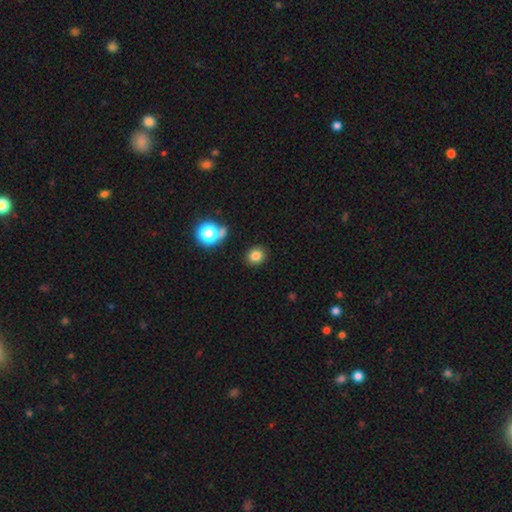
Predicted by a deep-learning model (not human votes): A smooth galaxy with no disk features (80%) that is round (77%).

Vote fractions:
- Smooth or featured? smooth: 80% / star or artifact: 14% / featured or disk: 6%
- How rounded? round: 77% / in between: 22% / cigar-shaped: 1%
- Merging? none: 87% / minor disturbance: 8% / major disturbance: 3% / merger: 3%